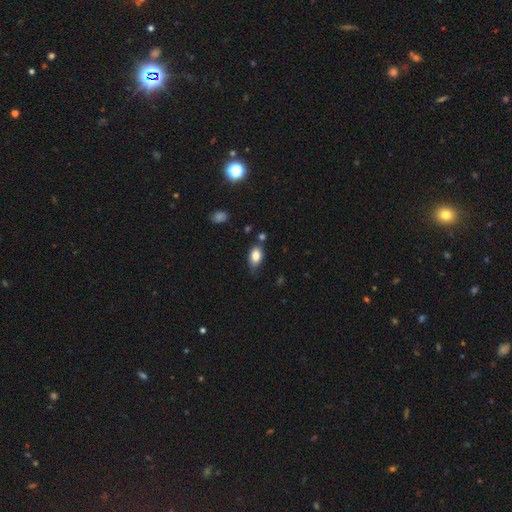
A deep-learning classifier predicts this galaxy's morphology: Overall: smooth (82%). How rounded: in between (87%). Merging: none (58%; minor disturbance 30%).